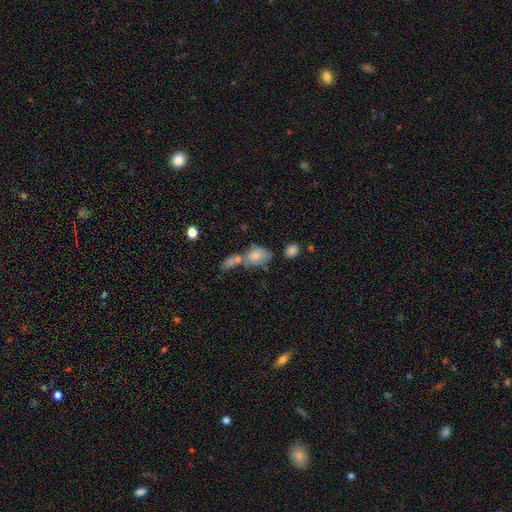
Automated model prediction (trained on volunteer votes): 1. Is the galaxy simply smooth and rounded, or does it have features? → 73% smooth, 18% featured or disk, 9% star or artifact.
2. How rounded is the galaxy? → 80% in between, 16% round, 4% cigar-shaped.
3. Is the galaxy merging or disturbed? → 44% merger, 29% none, 16% minor disturbance, 11% major disturbance.